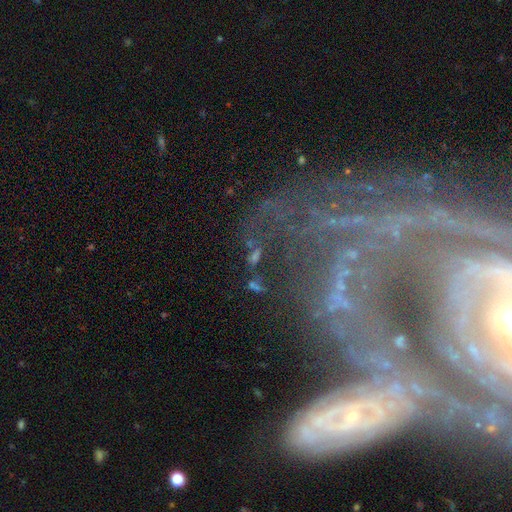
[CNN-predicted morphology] smooth-or-featured: featured or disk: 65% | star or artifact: 21% | smooth: 14%
  disk-edge-on: no: 91% | yes: 9%
    bar: no: 42% | weak: 30% | strong: 29%
    has-spiral-arms: yes: 81% | no: 19%
    bulge-size: small: 54% | moderate: 26% | none: 11% | large: 6% | dominant: 3%
  merging: none: 58% | major disturbance: 18% | minor disturbance: 16% | merger: 8%